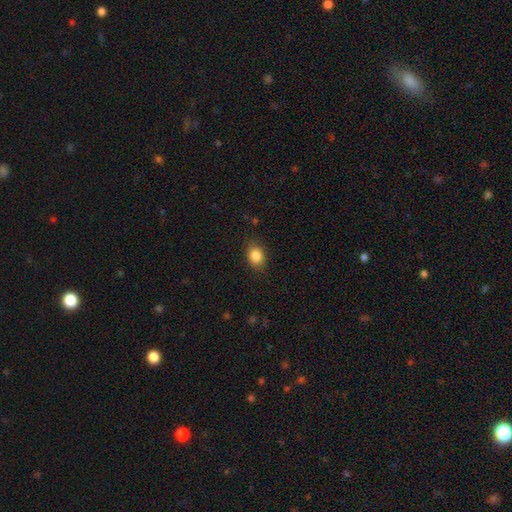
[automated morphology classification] A smooth galaxy with no disk features (86%) that is in between round and cigar-shaped (67%). Merging: none (84%).